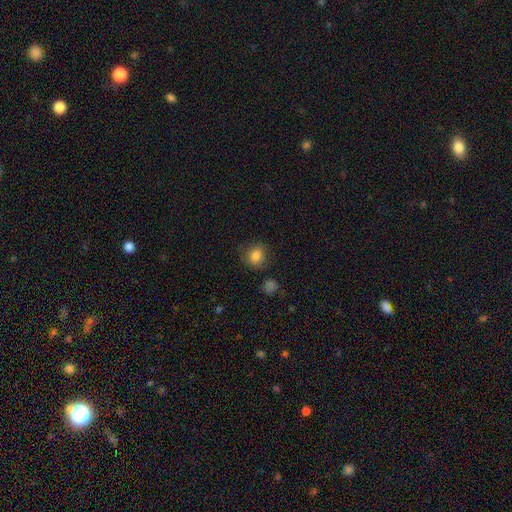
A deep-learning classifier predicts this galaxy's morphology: Overall: smooth (83%). How rounded: round (77%). Merging: none (79%).